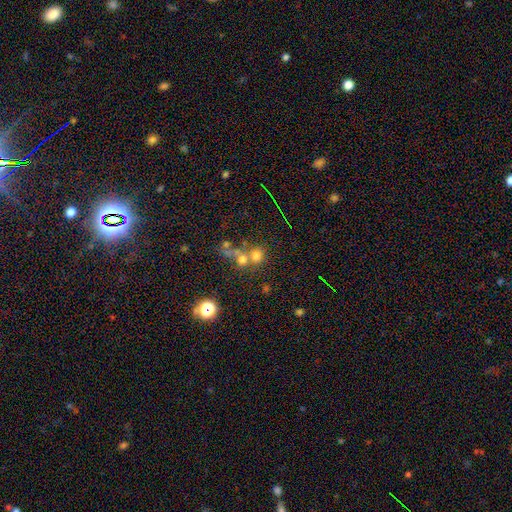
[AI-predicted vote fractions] Smooth or featured: smooth — 66% (star or artifact — 20%)
How rounded: round — 84% (in between — 15%)
Merging: none — 48% (merger — 39%)